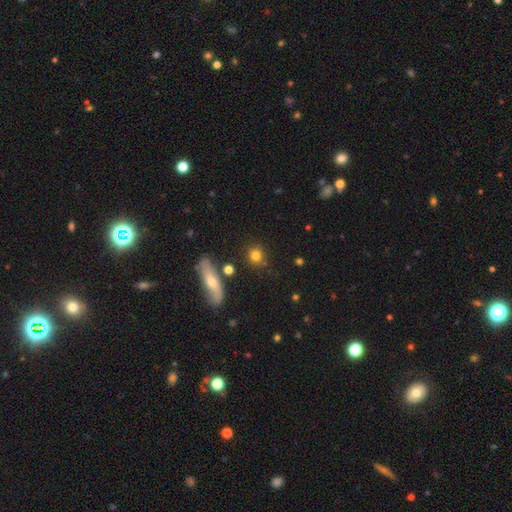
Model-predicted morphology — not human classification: smooth_or_featured: smooth (p=0.79) [alt: star or artifact p=0.11]
how_rounded: round (p=0.83) [alt: in between p=0.13]
merging: none (p=0.80) [alt: minor disturbance p=0.11]